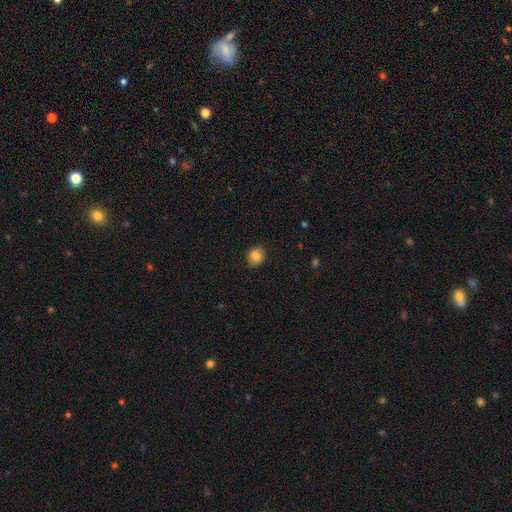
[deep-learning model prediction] This appears to be a smooth galaxy with no disk features (82%) that is round (65%). Merging: none (79%).